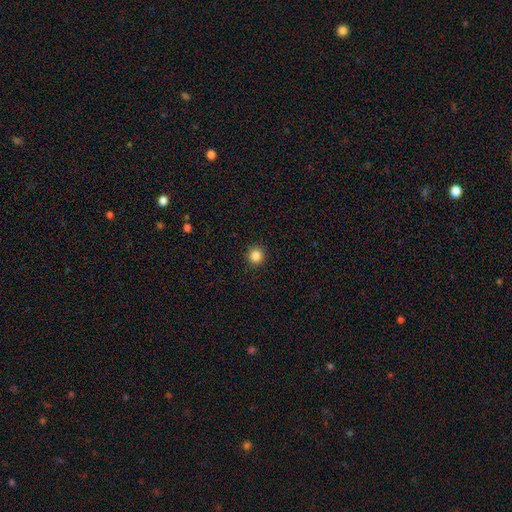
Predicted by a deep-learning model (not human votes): Q: Smooth or featured?
A: smooth (85%); runner-up: star or artifact (11%)
Q: How rounded?
A: round (94%); runner-up: in between (5%)
Q: Merging?
A: none (93%); runner-up: minor disturbance (5%)